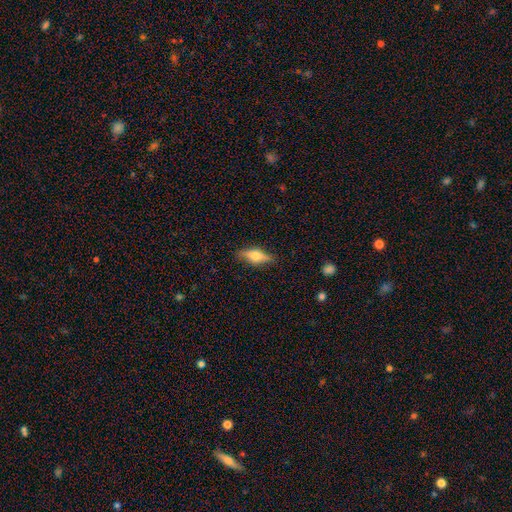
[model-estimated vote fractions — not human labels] Smooth or featured? Predicted: smooth (p=0.52). How rounded? Predicted: in between (p=0.57). Merging? Predicted: none (p=0.82).